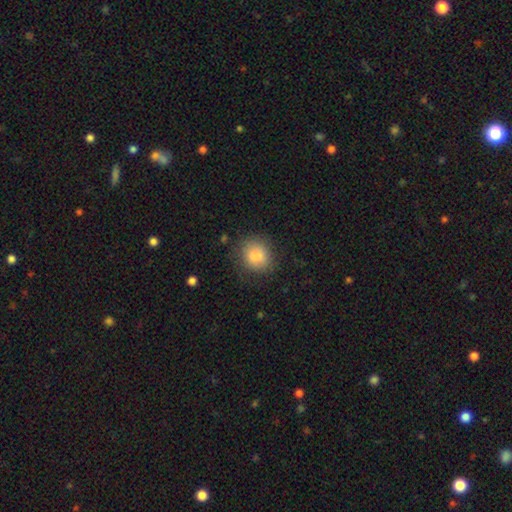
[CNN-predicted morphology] The model was most divided on "how rounded": round: 75%, in between: 24%, cigar-shaped: 1%. More confident: smooth or featured — smooth (86%); merging — none (81%).